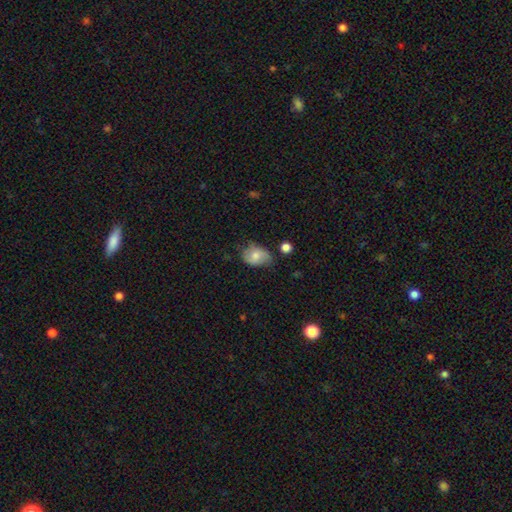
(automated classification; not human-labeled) Q: Smooth or featured?
A: smooth (65%); runner-up: featured or disk (27%)
Q: How rounded?
A: in between (75%); runner-up: round (24%)
Q: Merging?
A: none (53%); runner-up: minor disturbance (35%)